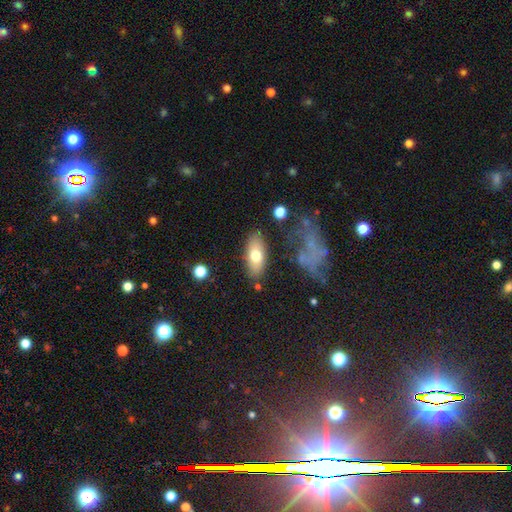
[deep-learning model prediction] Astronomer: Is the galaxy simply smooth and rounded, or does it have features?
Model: smooth — 68%.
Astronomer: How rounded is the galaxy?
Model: in between — 83%.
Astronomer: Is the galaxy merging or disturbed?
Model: none — 79%.